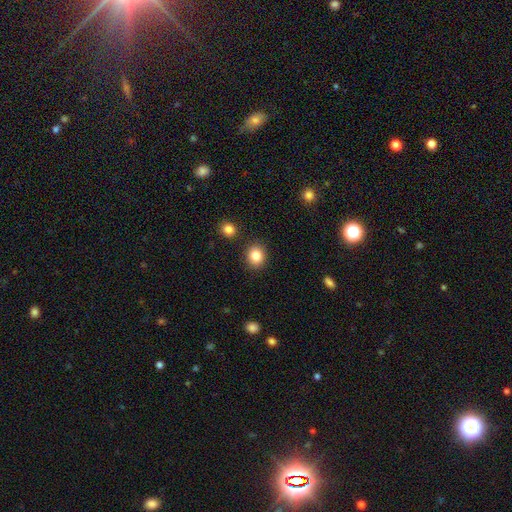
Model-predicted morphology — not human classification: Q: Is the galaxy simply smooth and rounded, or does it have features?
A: smooth — 85%.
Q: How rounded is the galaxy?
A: round — 74%.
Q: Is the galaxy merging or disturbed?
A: none — 88%.